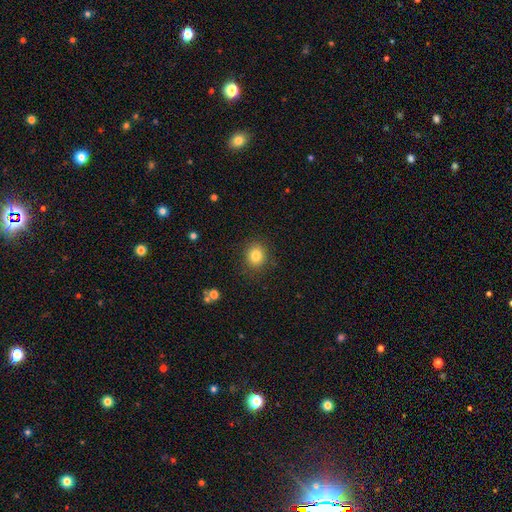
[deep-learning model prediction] This is clearly a smooth galaxy (81%). How rounded: clearly round (82%). Merging: clearly none (87%).